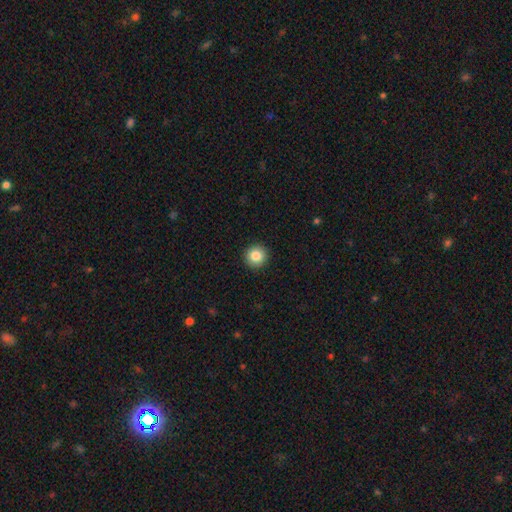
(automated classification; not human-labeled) Smooth or featured?
  - smooth: 85% *
  - star or artifact: 9%
  - featured or disk: 5%
How rounded?
  - round: 95% *
  - in between: 4%
  - cigar-shaped: 1%
Merging?
  - none: 93% *
  - minor disturbance: 5%
  - major disturbance: 2%
  - merger: 1%